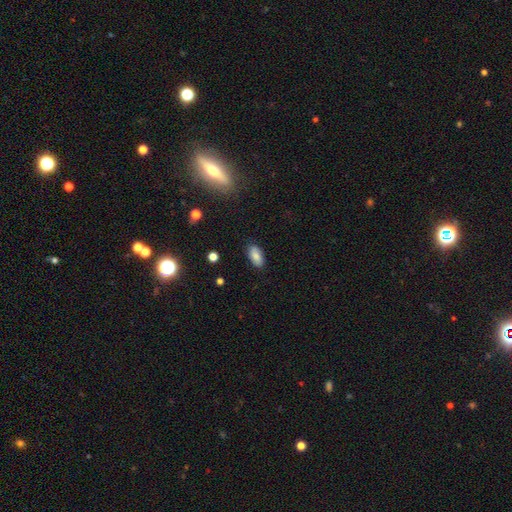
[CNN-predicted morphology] smooth-or-featured: smooth: 82% | featured or disk: 9% | star or artifact: 9%
  how-rounded: in between: 93% | cigar-shaped: 4% | round: 4%
  merging: none: 86% | minor disturbance: 11% | major disturbance: 2% | merger: 1%